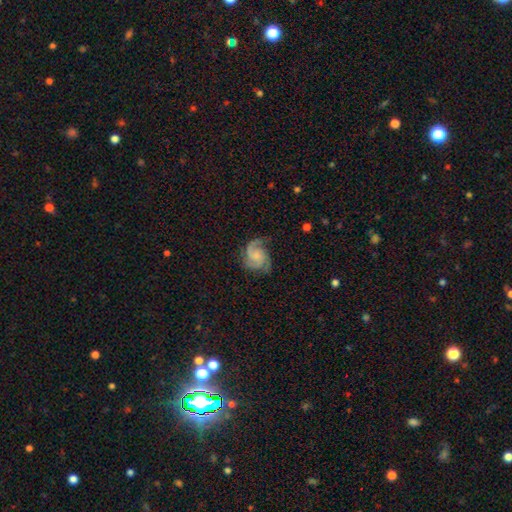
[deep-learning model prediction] Smooth or featured: featured or disk — 85% (smooth — 9%)
Edge-on disk: no — 98% (yes — 2%)
Bar: no — 70% (weak — 26%)
Spiral arms: yes — 98% (no — 2%)
Spiral winding: medium — 50% (tight — 35%)
Spiral arm count: 3 — 56% (2 — 21%)
Bulge size: small — 45% (none — 26%)
Merging: none — 69% (minor disturbance — 20%)